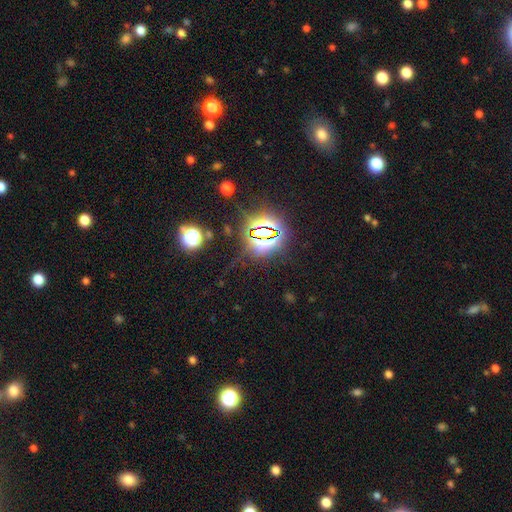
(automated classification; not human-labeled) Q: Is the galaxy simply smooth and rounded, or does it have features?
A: star or artifact — 80%.